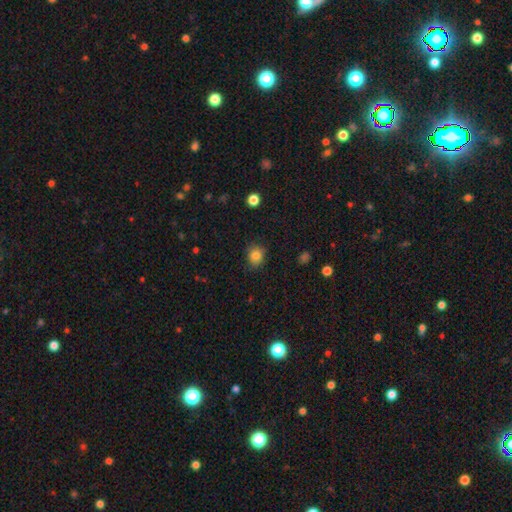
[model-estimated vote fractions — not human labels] Smooth or featured?
  - smooth: 83% *
  - star or artifact: 11%
  - featured or disk: 6%
How rounded?
  - round: 71% *
  - in between: 28%
  - cigar-shaped: 1%
Merging?
  - none: 82% *
  - minor disturbance: 14%
  - major disturbance: 3%
  - merger: 1%